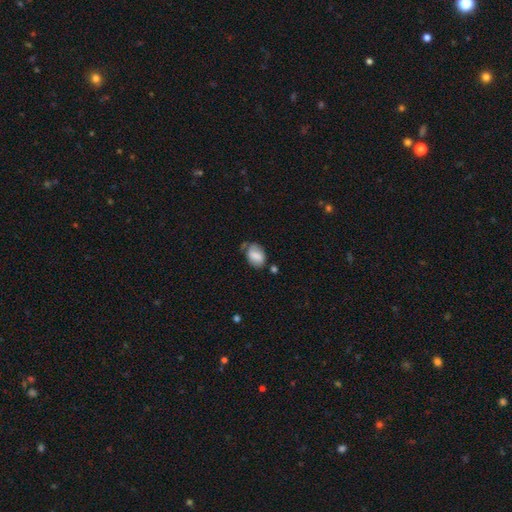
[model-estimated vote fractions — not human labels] smooth 77%, featured or disk 15%, star or artifact 8%. Down the decision tree: how rounded — in between (81%); merging — none (53%).